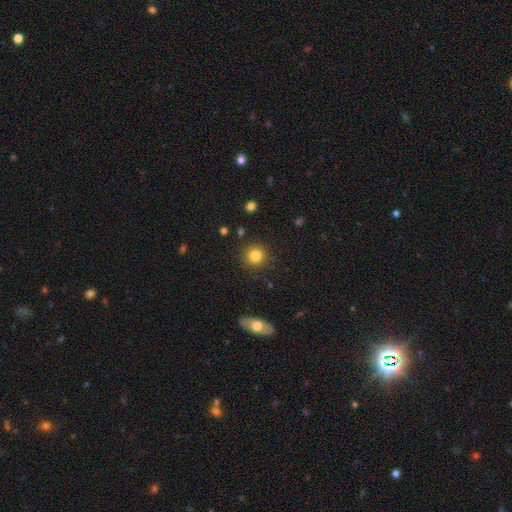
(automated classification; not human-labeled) Overall: smooth (83%). How rounded: round (92%). Merging: none (90%).